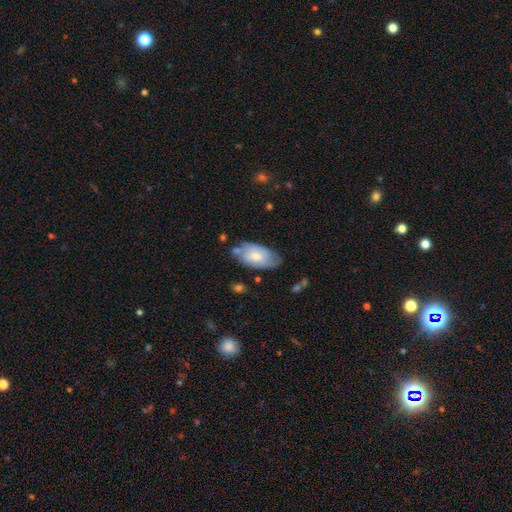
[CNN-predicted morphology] Smooth or featured?
  - smooth: 61% *
  - featured or disk: 33%
  - star or artifact: 6%
How rounded?
  - in between: 93% *
  - round: 4%
  - cigar-shaped: 2%
Merging?
  - none: 56% *
  - minor disturbance: 29%
  - merger: 8%
  - major disturbance: 7%